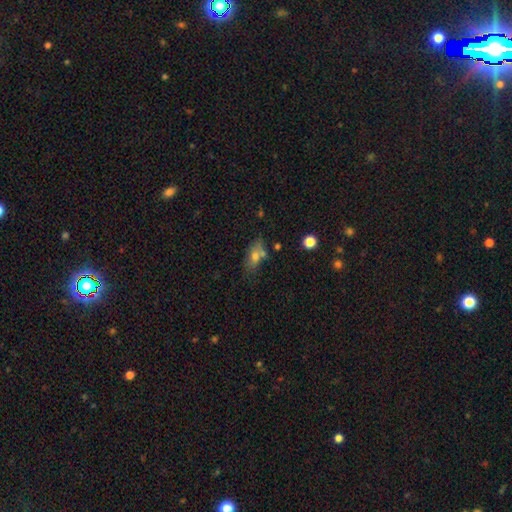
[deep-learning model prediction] smooth 66%, featured or disk 21%, star or artifact 13%. Down the decision tree: how rounded — in between (79%); merging — none (59%).